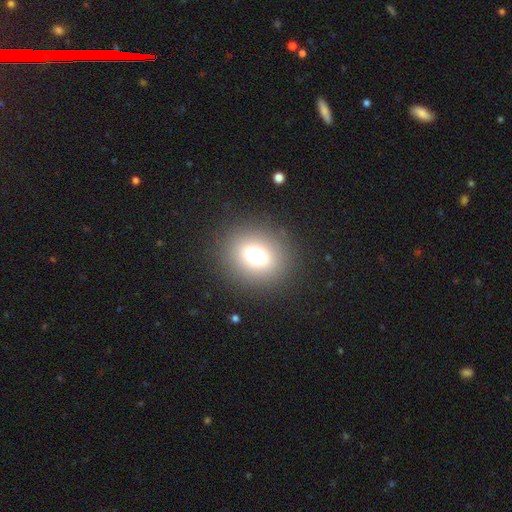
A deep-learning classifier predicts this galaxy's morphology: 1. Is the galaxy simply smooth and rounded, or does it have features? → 68% smooth, 19% star or artifact, 13% featured or disk.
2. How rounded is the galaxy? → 63% round, 36% in between, 1% cigar-shaped.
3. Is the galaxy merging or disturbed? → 85% none, 8% minor disturbance, 5% major disturbance, 2% merger.